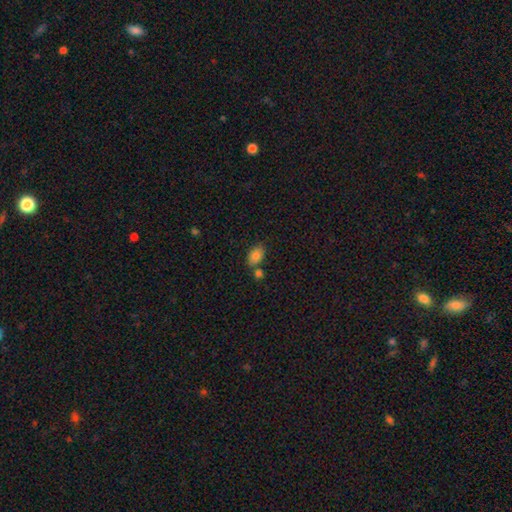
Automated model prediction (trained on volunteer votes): This appears to be a smooth galaxy with no disk features (85%) that is in between round and cigar-shaped (87%). Merging: none (64%).